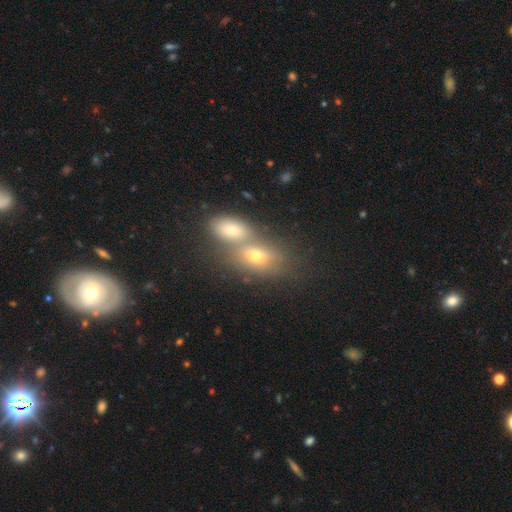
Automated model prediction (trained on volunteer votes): This is likely a smooth galaxy (65%). How rounded: likely in between (78%). Merging: possibly merger (59%).